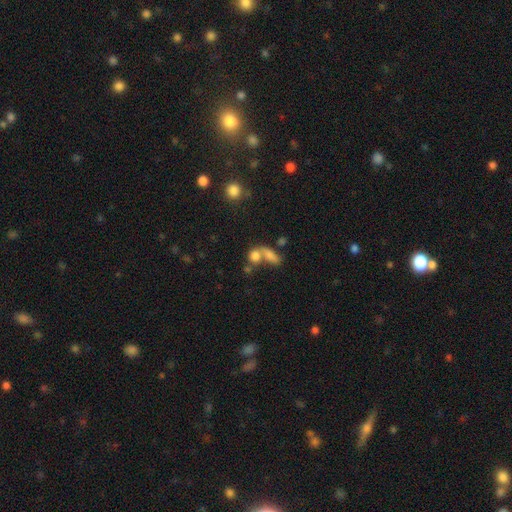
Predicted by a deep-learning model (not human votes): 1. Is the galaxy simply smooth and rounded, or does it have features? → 76% smooth, 12% star or artifact, 12% featured or disk.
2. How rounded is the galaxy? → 47% in between, 46% round, 6% cigar-shaped.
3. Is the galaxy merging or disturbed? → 52% merger, 32% none, 8% minor disturbance, 7% major disturbance.